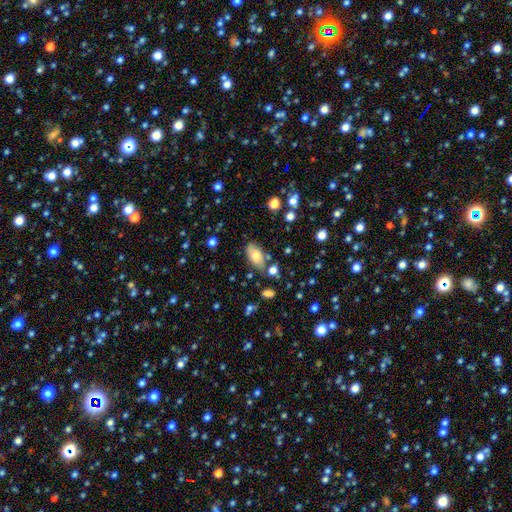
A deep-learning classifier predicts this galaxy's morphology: Smooth or featured?
  - smooth: 74% *
  - featured or disk: 18%
  - star or artifact: 8%
How rounded?
  - in between: 91% *
  - cigar-shaped: 5%
  - round: 4%
Merging?
  - none: 70% *
  - minor disturbance: 18%
  - merger: 7%
  - major disturbance: 5%